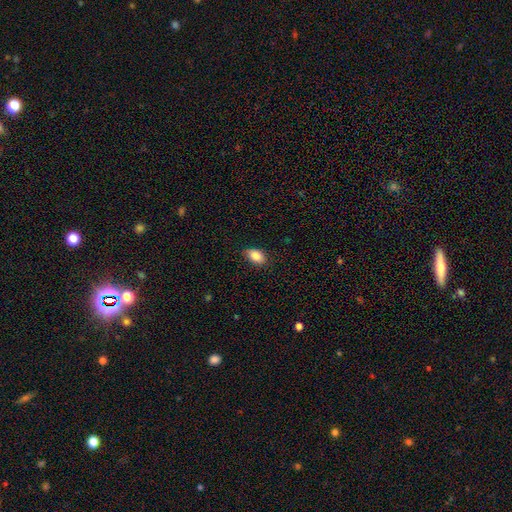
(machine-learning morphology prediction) This is clearly a smooth galaxy (84%). How rounded: clearly in between (87%). Merging: likely none (79%).